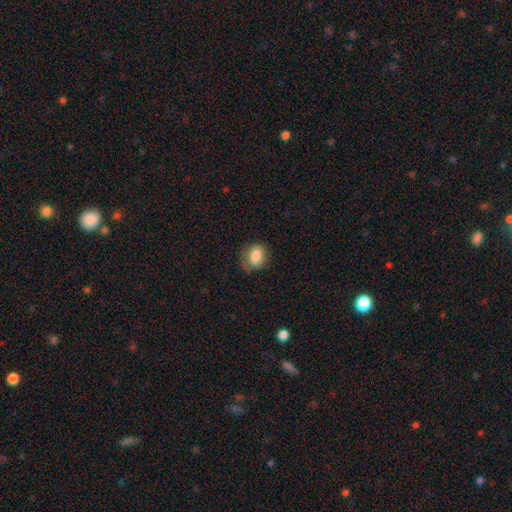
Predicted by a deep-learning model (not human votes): Morphology: type=smooth (84%); roundness=in between (60%); merging=none (68%).